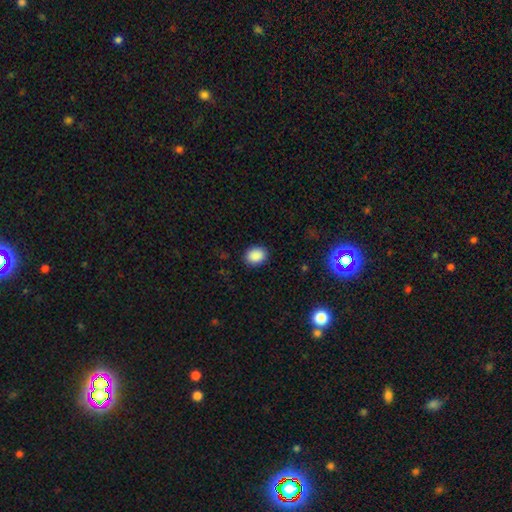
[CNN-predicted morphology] A smooth galaxy with no disk features (89%) that is in between round and cigar-shaped (54%). Merging: none (89%).